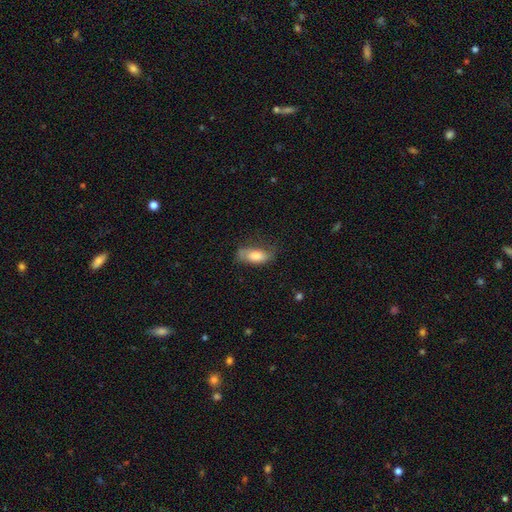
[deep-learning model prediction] Smooth or featured? Predicted: smooth (p=0.75). How rounded? Predicted: in between (p=0.81). Merging? Predicted: none (p=0.58).